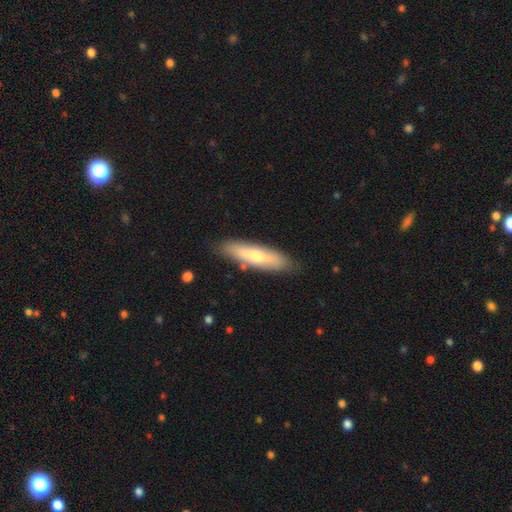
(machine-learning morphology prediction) A smooth galaxy with no disk features (57%) that is cigar-shaped (66%). Merging: none (83%).